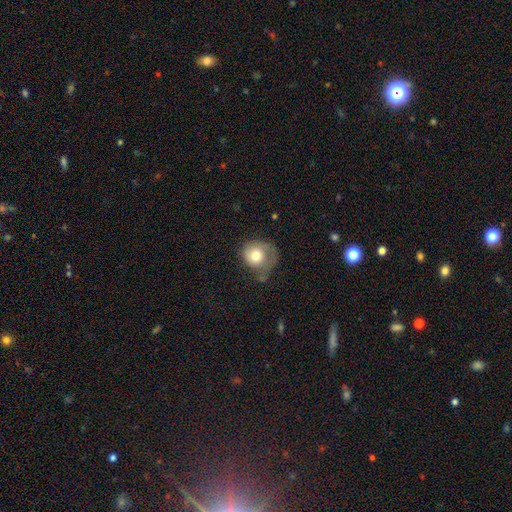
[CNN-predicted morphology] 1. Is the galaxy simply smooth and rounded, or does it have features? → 68% smooth, 24% featured or disk, 8% star or artifact.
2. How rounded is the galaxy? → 77% round, 22% in between, 1% cigar-shaped.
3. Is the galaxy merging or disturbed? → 36% none, 31% minor disturbance, 28% major disturbance, 4% merger.